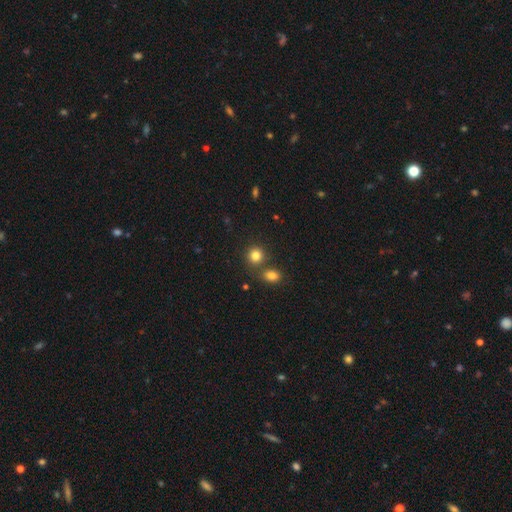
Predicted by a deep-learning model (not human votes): Smooth or featured?
  - smooth: 82% *
  - star or artifact: 12%
  - featured or disk: 6%
How rounded?
  - round: 85% *
  - in between: 14%
  - cigar-shaped: 1%
Merging?
  - none: 65% *
  - merger: 24%
  - minor disturbance: 8%
  - major disturbance: 3%